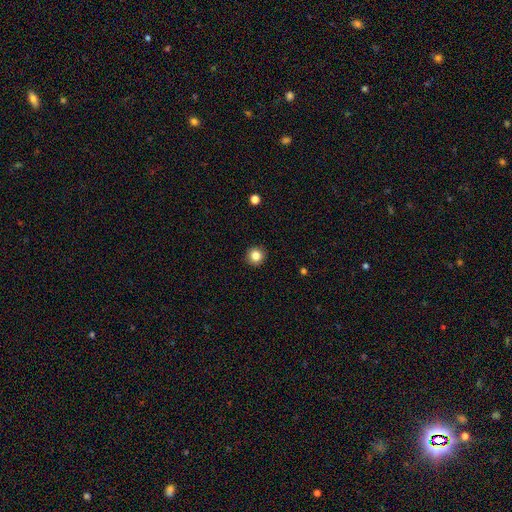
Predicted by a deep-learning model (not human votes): smooth_or_featured: smooth (p=0.84) [alt: star or artifact p=0.11]
how_rounded: round (p=0.94) [alt: in between p=0.05]
merging: none (p=0.93) [alt: minor disturbance p=0.05]